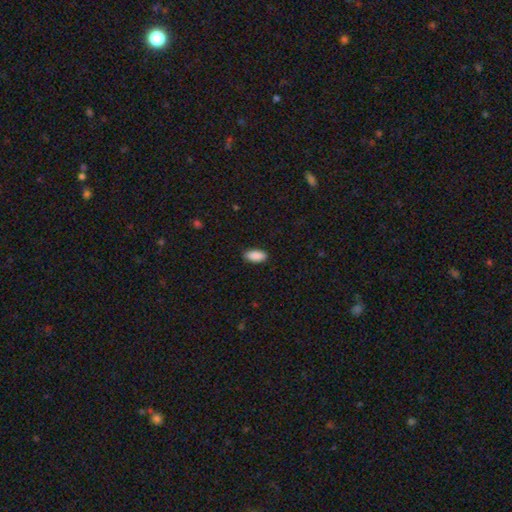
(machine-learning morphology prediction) Smooth or featured? Predicted: smooth (p=0.91). How rounded? Predicted: in between (p=0.91). Merging? Predicted: none (p=0.89).